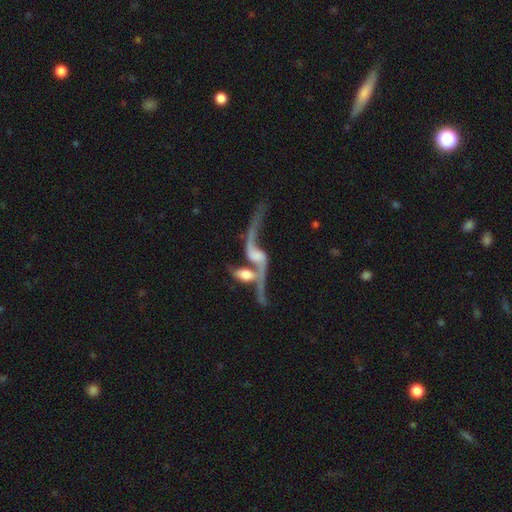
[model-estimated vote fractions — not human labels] The model was most divided on "bulge size": moderate: 31%, small: 29%, none: 23%, large: 13%, dominant: 3%. More confident: spiral winding — loose (91%); spiral arms — yes (86%); edge-on disk — no (84%); spiral arm count — 2 (83%); smooth or featured — featured or disk (81%); merging — merger (61%); bar — no (51%).